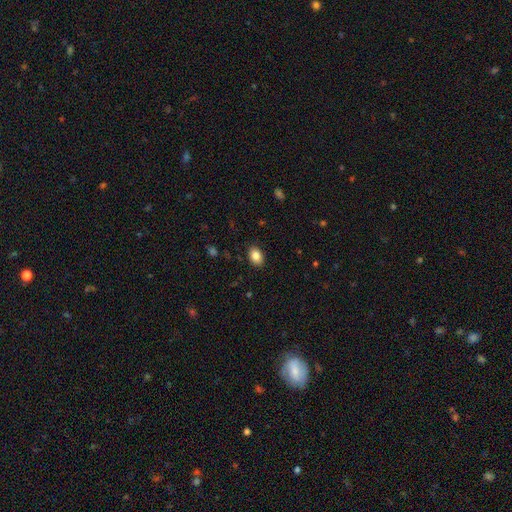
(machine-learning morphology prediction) Smooth or featured? smooth (86%)
How rounded? in between (81%)
Merging? none (88%)